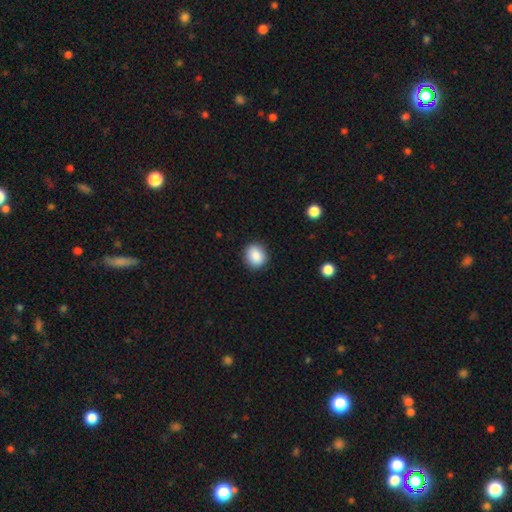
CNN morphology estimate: smooth_or_featured: smooth (p=0.89) [alt: star or artifact p=0.08]
how_rounded: round (p=0.71) [alt: in between p=0.28]
merging: none (p=0.89) [alt: minor disturbance p=0.08]